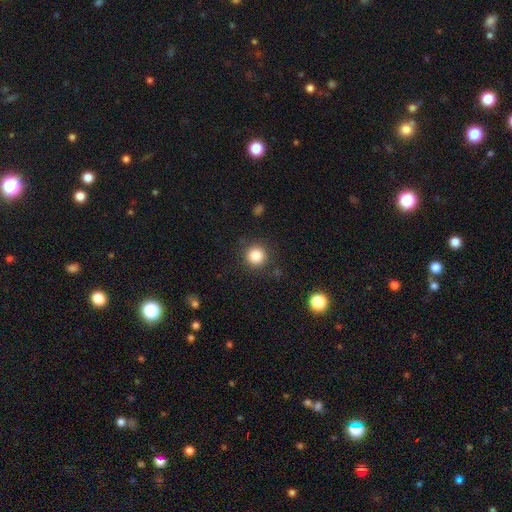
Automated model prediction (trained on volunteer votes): Smooth or featured? smooth (84%)
How rounded? round (95%)
Merging? none (87%)